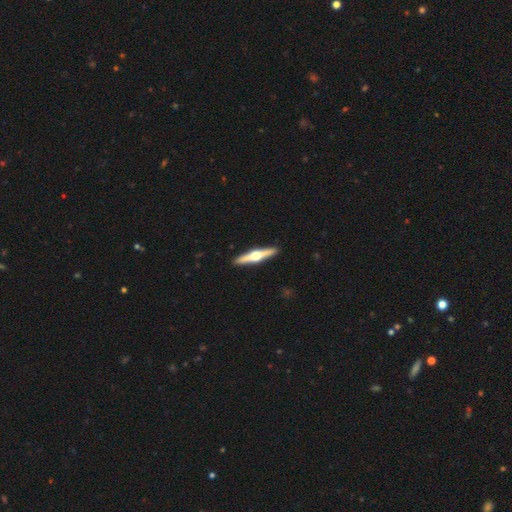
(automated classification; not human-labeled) Smooth or featured? featured or disk (74%)
Edge-on disk? yes (98%)
Edge-on bulge? rounded (96%)
Merging? none (93%)